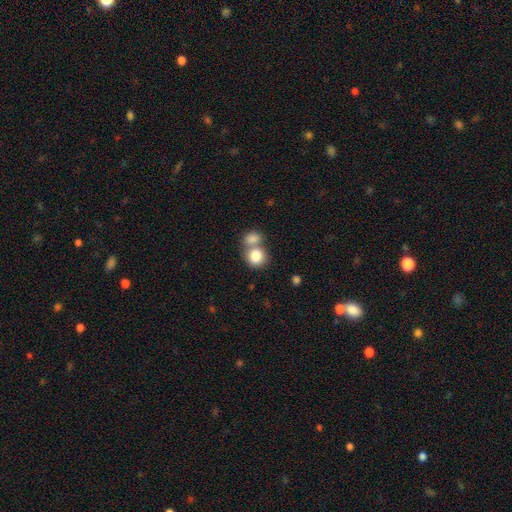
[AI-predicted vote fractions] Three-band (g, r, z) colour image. It shows a smooth galaxy with no disk features (81%) that is round (73%). Merging: merger (53%).